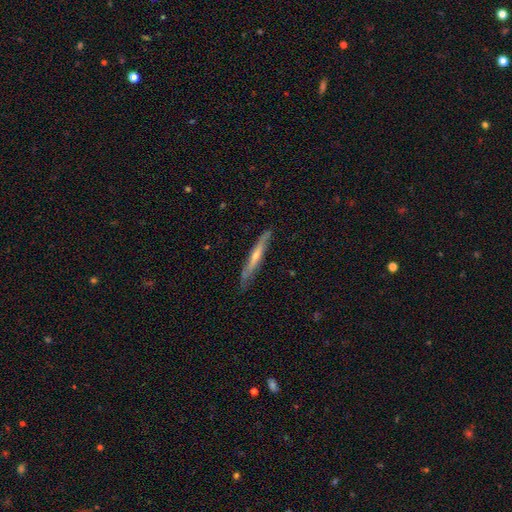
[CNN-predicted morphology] Smooth or featured?
  - featured or disk: 62% *
  - smooth: 32%
  - star or artifact: 6%
Edge-on disk?
  - yes: 92% *
  - no: 8%
Edge-on bulge?
  - rounded: 57% *
  - none: 38%
  - boxy: 5%
Merging?
  - none: 82% *
  - minor disturbance: 15%
  - major disturbance: 2%
  - merger: 1%